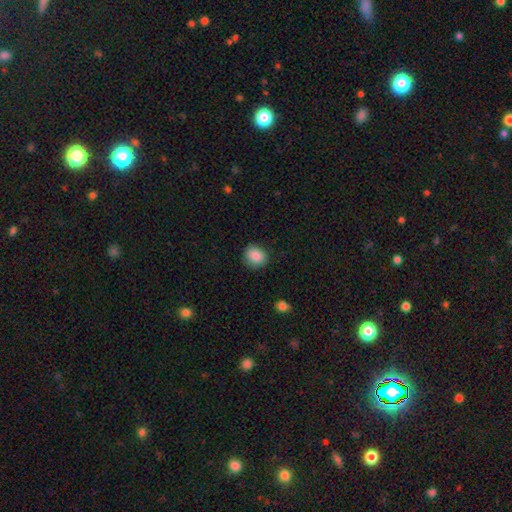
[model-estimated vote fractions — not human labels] Morphology: type=smooth (86%); roundness=round (72%); merging=none (84%).